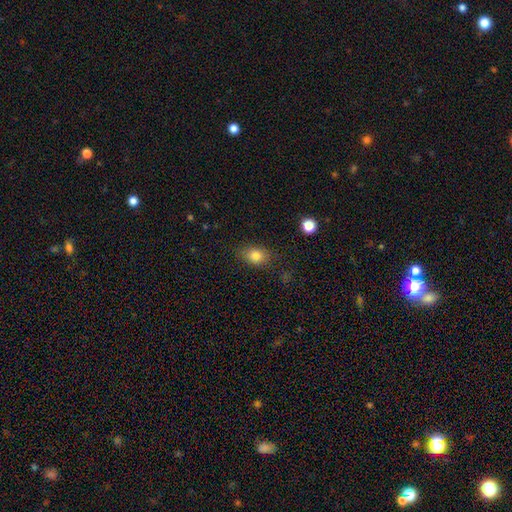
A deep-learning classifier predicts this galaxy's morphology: smooth 80%, star or artifact 11%, featured or disk 9%. Down the decision tree: how rounded — in between (62%); merging — none (79%).